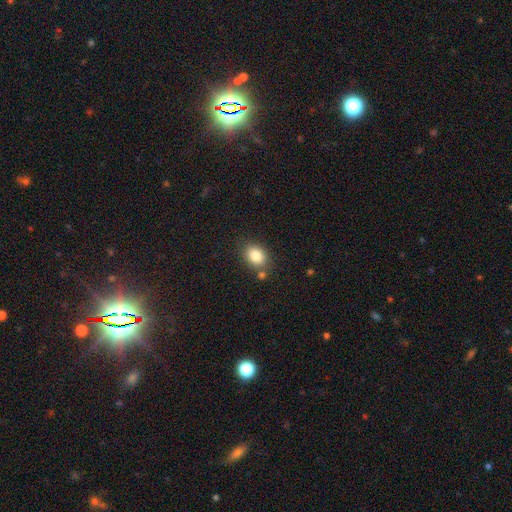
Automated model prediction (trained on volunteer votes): smooth-or-featured: smooth: 83% | star or artifact: 9% | featured or disk: 8%
  how-rounded: in between: 64% | round: 35% | cigar-shaped: 1%
  merging: none: 76% | minor disturbance: 12% | merger: 9% | major disturbance: 3%